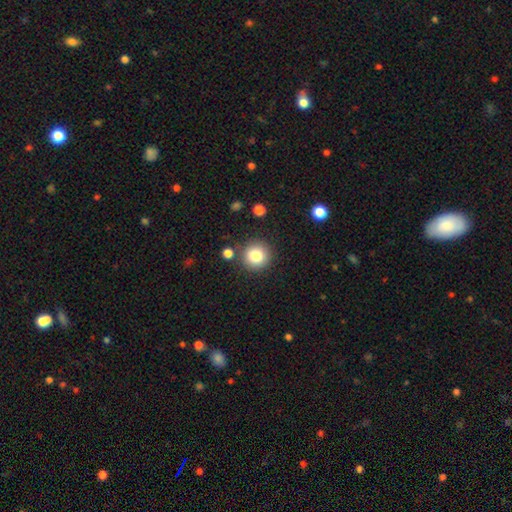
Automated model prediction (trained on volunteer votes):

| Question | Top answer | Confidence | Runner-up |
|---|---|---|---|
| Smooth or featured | smooth | 82% | star or artifact (11%) |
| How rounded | round | 94% | in between (5%) |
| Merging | none | 84% | minor disturbance (8%) |